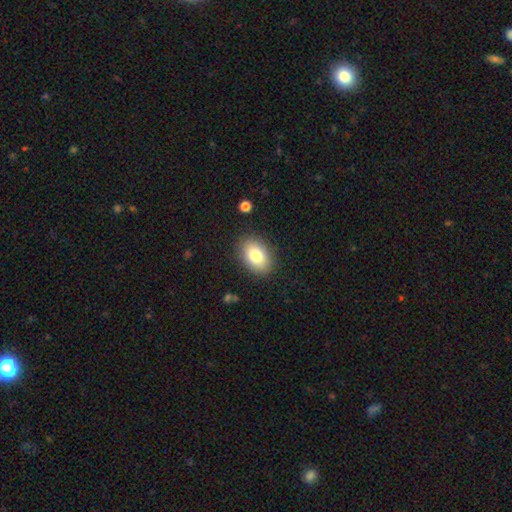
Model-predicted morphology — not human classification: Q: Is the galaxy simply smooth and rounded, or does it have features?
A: smooth — 80%.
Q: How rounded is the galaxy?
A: in between — 84%.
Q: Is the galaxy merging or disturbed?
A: none — 86%.